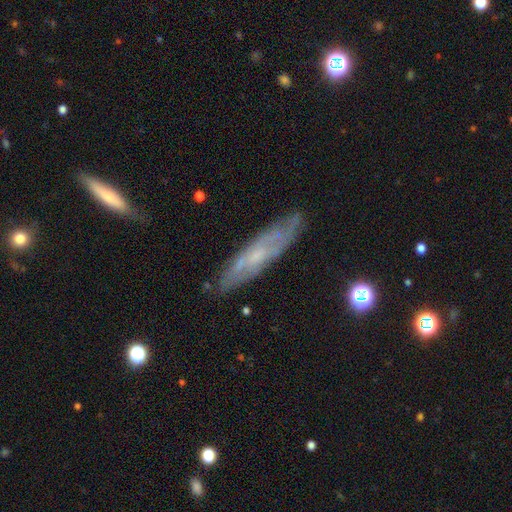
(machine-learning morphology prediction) smooth_or_featured: featured or disk (p=0.60) [alt: smooth p=0.33]
disk_edge_on: no (p=0.51) [alt: yes p=0.49]
merging: none (p=0.76) [alt: minor disturbance p=0.17]